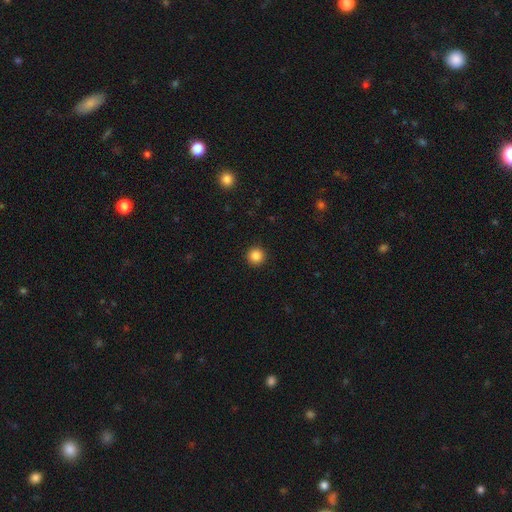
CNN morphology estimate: smooth_or_featured: smooth (p=0.86) [alt: star or artifact p=0.10]
how_rounded: round (p=0.96) [alt: in between p=0.03]
merging: none (p=0.93) [alt: minor disturbance p=0.04]